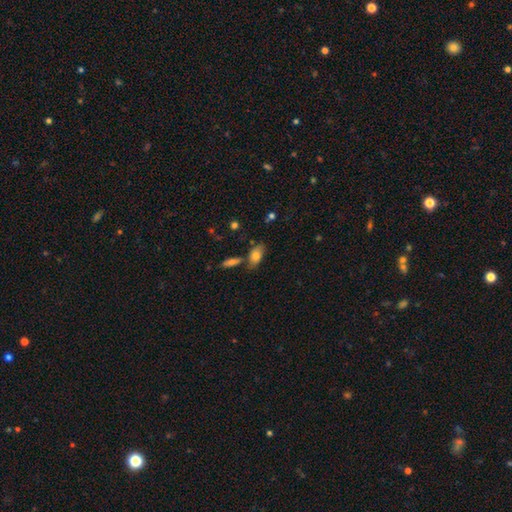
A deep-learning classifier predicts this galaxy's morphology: Smooth or featured?
  - smooth: 78% *
  - featured or disk: 14%
  - star or artifact: 8%
How rounded?
  - in between: 89% *
  - cigar-shaped: 5%
  - round: 5%
Merging?
  - none: 62% *
  - merger: 17%
  - minor disturbance: 17%
  - major disturbance: 4%